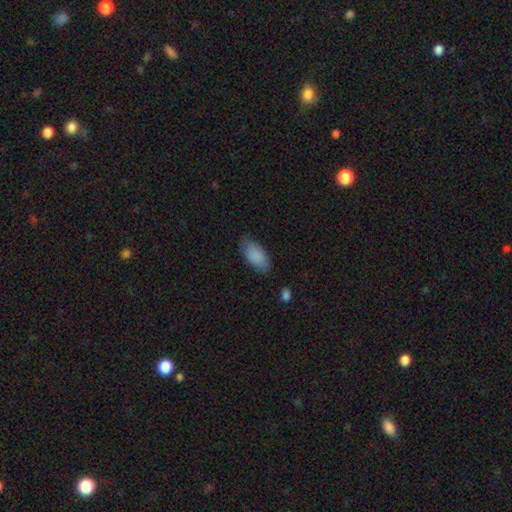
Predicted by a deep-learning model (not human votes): Morphology: type=smooth (87%); roundness=in between (92%); merging=none (76%).